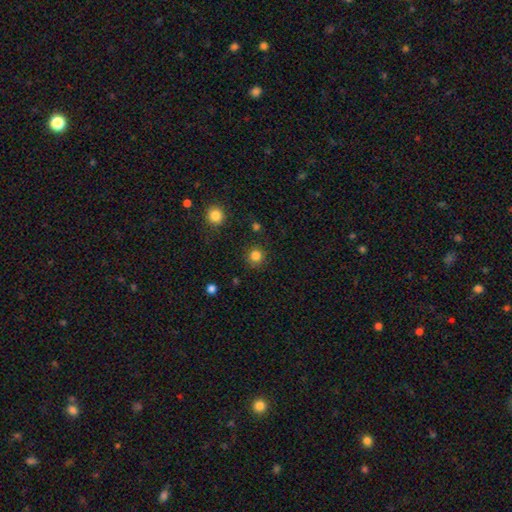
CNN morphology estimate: Smooth or featured: smooth — 83% (star or artifact — 13%)
How rounded: round — 93% (in between — 6%)
Merging: none — 88% (minor disturbance — 7%)